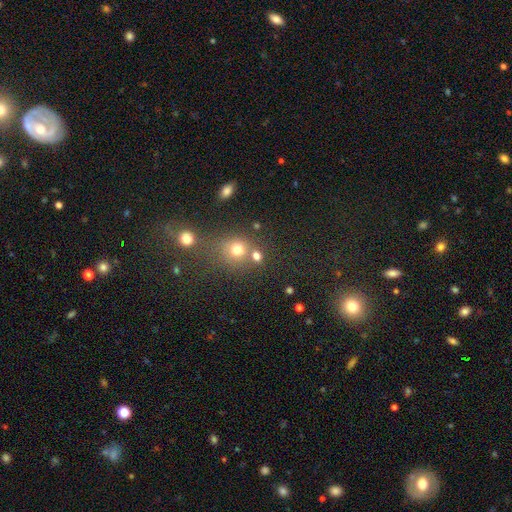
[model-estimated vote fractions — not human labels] Smooth or featured? smooth (65%)
How rounded? round (84%)
Merging? none (62%)